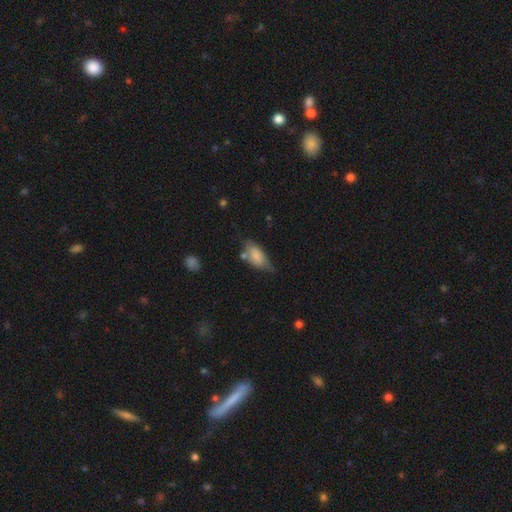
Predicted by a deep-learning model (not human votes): Morphology: type=smooth (76%); roundness=in between (88%); merging=none (42%).